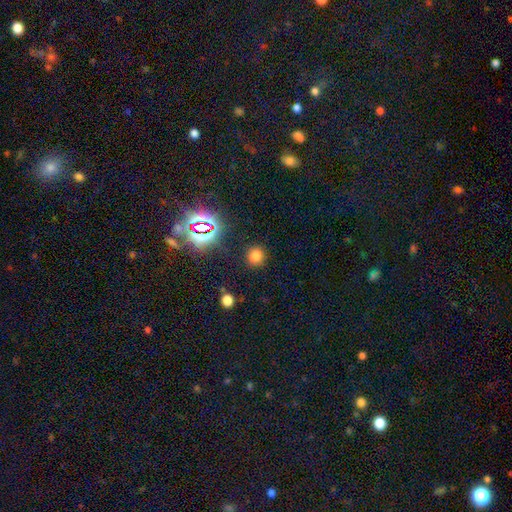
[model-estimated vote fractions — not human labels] Q: Smooth or featured?
A: smooth (73%); runner-up: star or artifact (21%)
Q: How rounded?
A: round (90%); runner-up: in between (9%)
Q: Merging?
A: none (89%); runner-up: minor disturbance (7%)